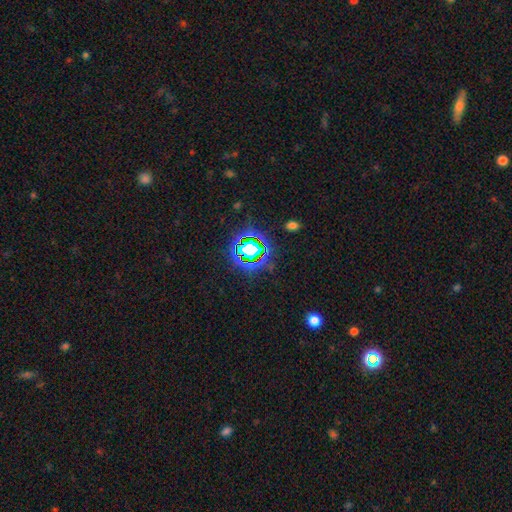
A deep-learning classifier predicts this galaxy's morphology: Overall: star or artifact (79%).